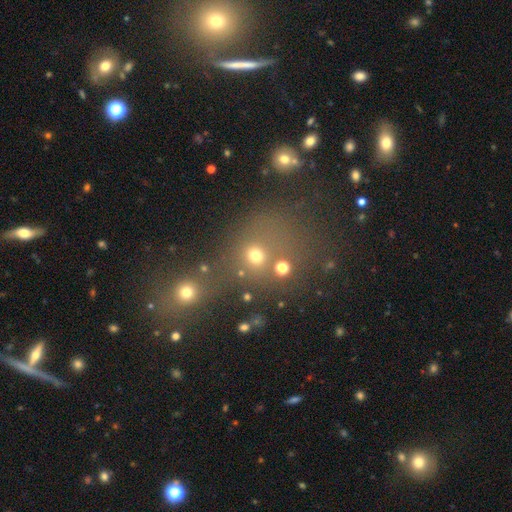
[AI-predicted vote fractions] Smooth or featured? Predicted: smooth (p=0.63). How rounded? Predicted: round (p=0.73). Merging? Predicted: none (p=0.50).